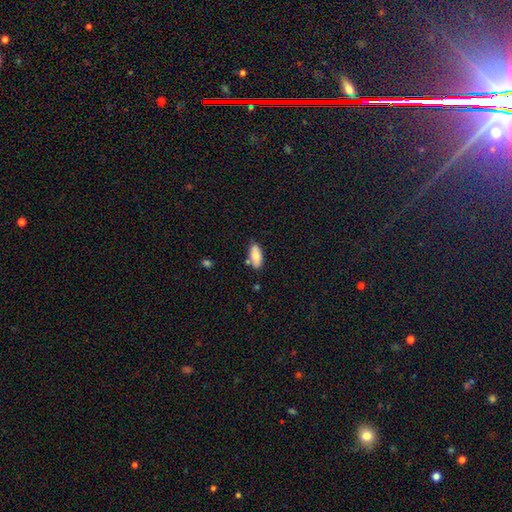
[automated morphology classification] Q: Smooth or featured?
A: smooth (82%); runner-up: featured or disk (11%)
Q: How rounded?
A: in between (86%); runner-up: cigar-shaped (12%)
Q: Merging?
A: none (76%); runner-up: minor disturbance (15%)